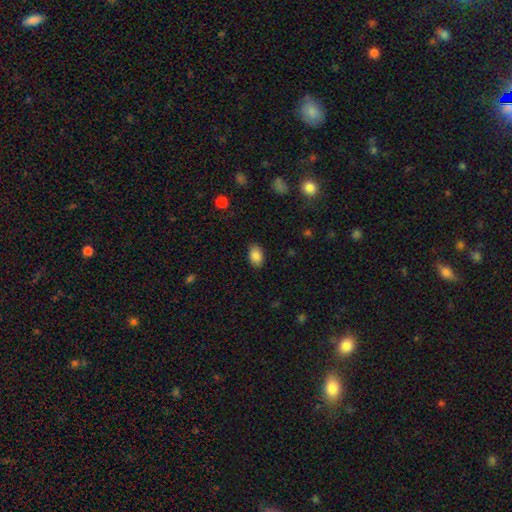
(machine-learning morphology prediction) type=smooth (87%); roundness=in between (88%); merging=none (86%).